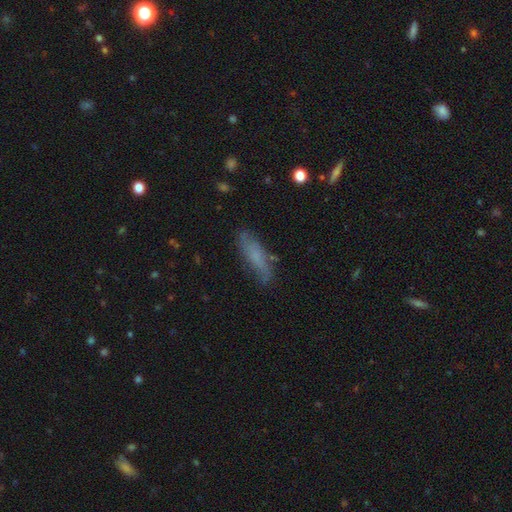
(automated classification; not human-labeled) Smooth or featured? smooth (59%)
How rounded? cigar-shaped (57%)
Merging? none (69%)